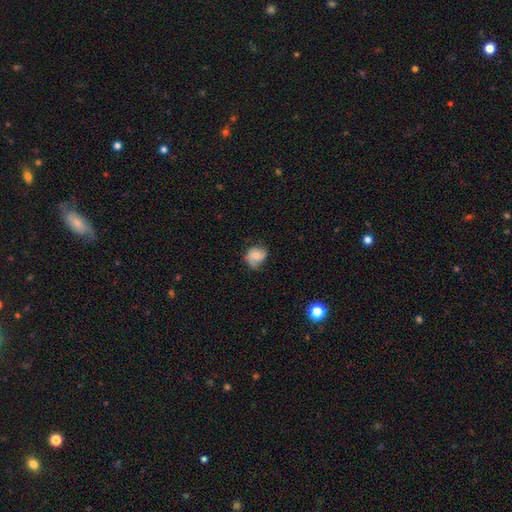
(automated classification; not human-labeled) A smooth galaxy with no disk features (47%). Merging: none (53%).